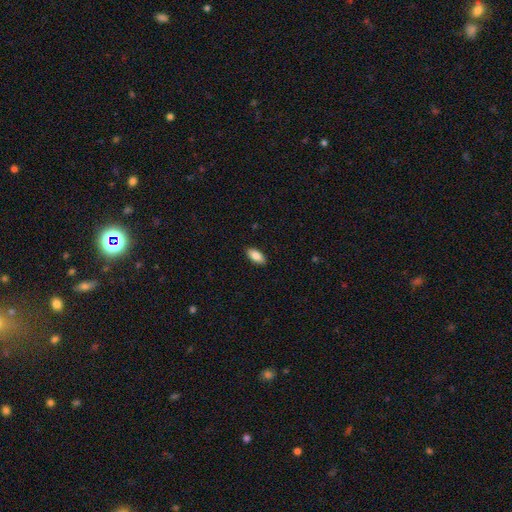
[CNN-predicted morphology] Q: Smooth or featured?
A: smooth (86%); runner-up: featured or disk (8%)
Q: How rounded?
A: in between (88%); runner-up: cigar-shaped (10%)
Q: Merging?
A: none (90%); runner-up: minor disturbance (8%)